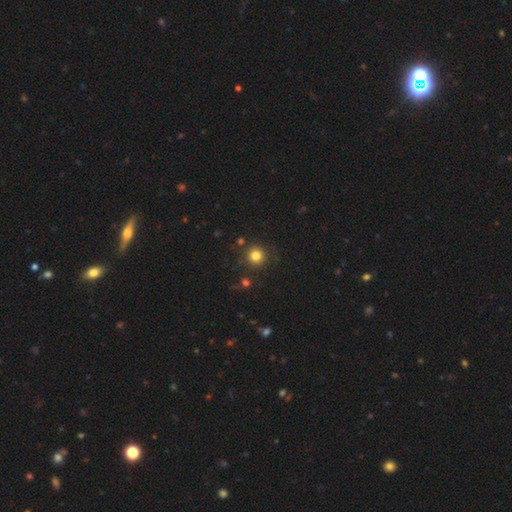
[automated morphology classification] Smooth or featured: smooth — 81% (star or artifact — 13%)
How rounded: round — 93% (in between — 6%)
Merging: none — 84% (minor disturbance — 8%)